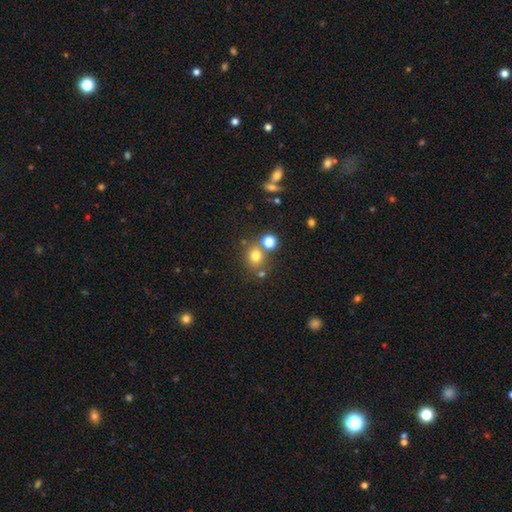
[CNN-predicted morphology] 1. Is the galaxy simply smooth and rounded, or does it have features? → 74% smooth, 18% star or artifact, 9% featured or disk.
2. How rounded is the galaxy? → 80% round, 19% in between, 1% cigar-shaped.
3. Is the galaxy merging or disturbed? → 66% none, 20% merger, 9% minor disturbance, 4% major disturbance.